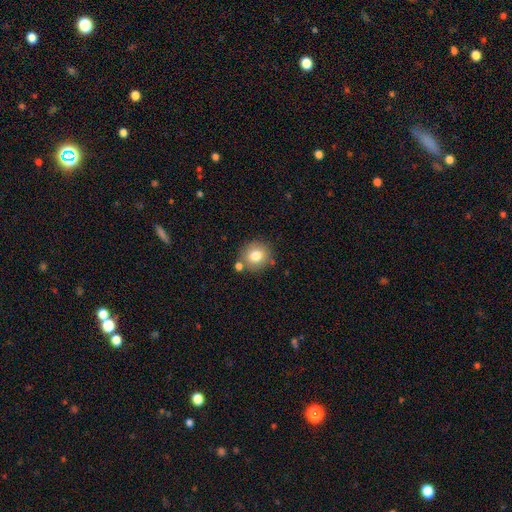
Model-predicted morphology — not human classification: Q: Smooth or featured?
A: smooth (78%); runner-up: featured or disk (12%)
Q: How rounded?
A: round (89%); runner-up: in between (10%)
Q: Merging?
A: none (75%); runner-up: merger (11%)